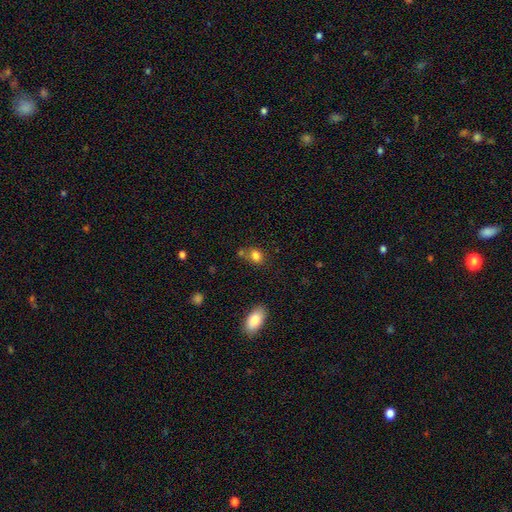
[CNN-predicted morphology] Smooth or featured? smooth (82%)
How rounded? in between (50%)
Merging? none (59%)